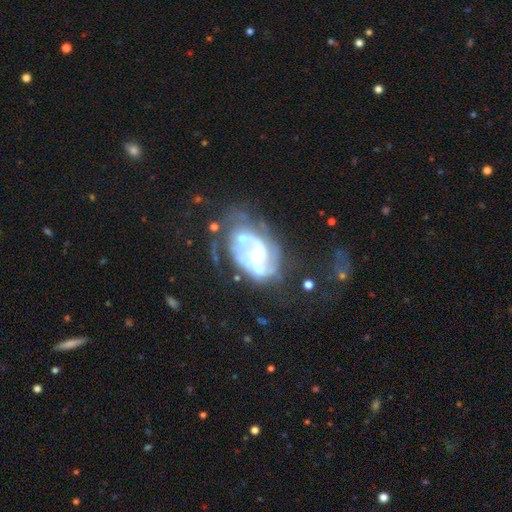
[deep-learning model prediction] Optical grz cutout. It shows a featured or disk galaxy (82%) with no bar (59%), 2 (46%) medium (44%) spiral arms (81%) and a small central bulge (54%). Merging: none (32%).